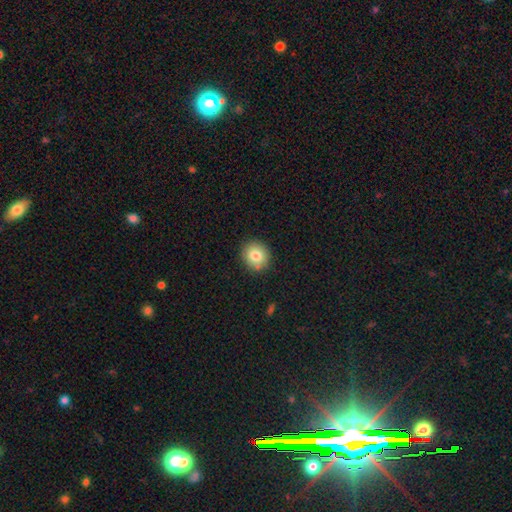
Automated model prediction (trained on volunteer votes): Overall: smooth (81%). How rounded: round (84%). Merging: none (87%).